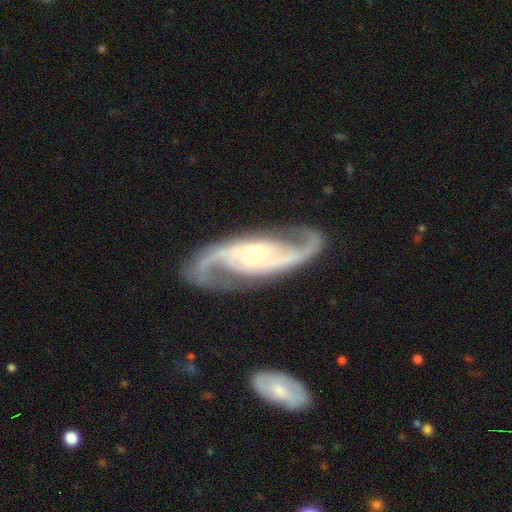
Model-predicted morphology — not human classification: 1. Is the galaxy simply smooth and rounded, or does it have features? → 93% featured or disk, 4% star or artifact, 3% smooth.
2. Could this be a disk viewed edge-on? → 96% no, 4% yes.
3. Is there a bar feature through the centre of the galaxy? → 39% weak, 37% no, 24% strong.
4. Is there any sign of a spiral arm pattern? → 99% yes, 1% no.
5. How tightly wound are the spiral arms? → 58% medium, 21% loose, 21% tight.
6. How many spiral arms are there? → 93% 2, 2% 3, 2% can't tell, 1% 1, 1% 4, 1% more than 4.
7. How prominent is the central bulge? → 63% small, 30% moderate, 3% none, 3% large, 1% dominant.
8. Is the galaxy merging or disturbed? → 81% none, 12% minor disturbance, 5% major disturbance, 2% merger.